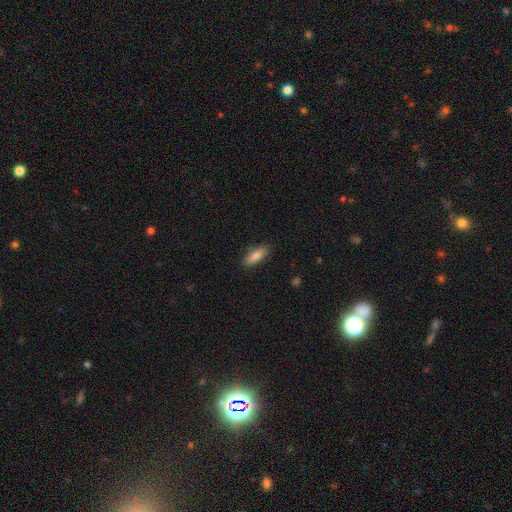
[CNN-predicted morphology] smooth-or-featured: smooth: 82% | featured or disk: 11% | star or artifact: 7%
  how-rounded: in between: 63% | cigar-shaped: 35% | round: 2%
  merging: none: 87% | minor disturbance: 10% | major disturbance: 2% | merger: 1%